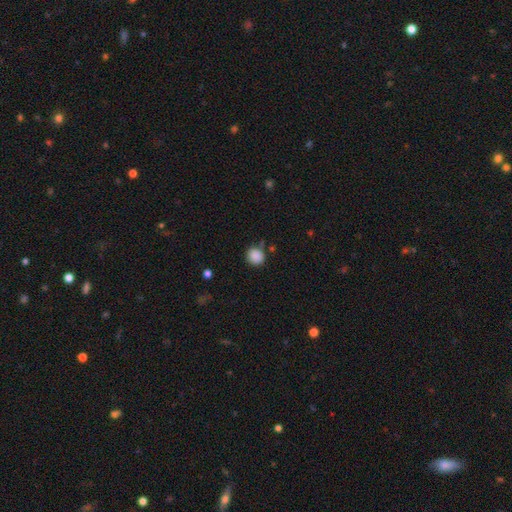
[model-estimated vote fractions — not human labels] Q: Smooth or featured?
A: smooth (88%); runner-up: star or artifact (9%)
Q: How rounded?
A: round (87%); runner-up: in between (12%)
Q: Merging?
A: none (80%); runner-up: minor disturbance (12%)